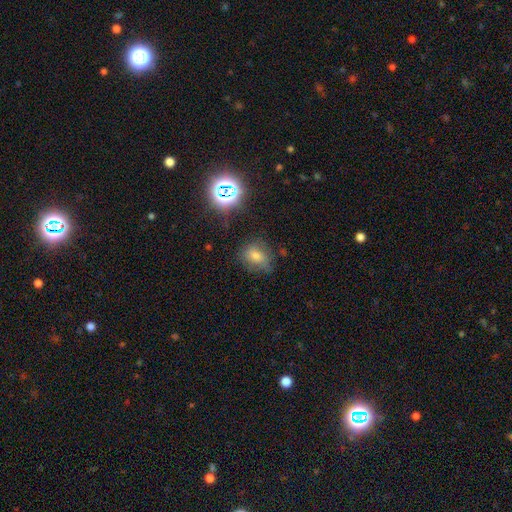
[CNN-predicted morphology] A smooth galaxy with no disk features (59%) that is in between round and cigar-shaped (49%, tied with round). Merging: none (64%).